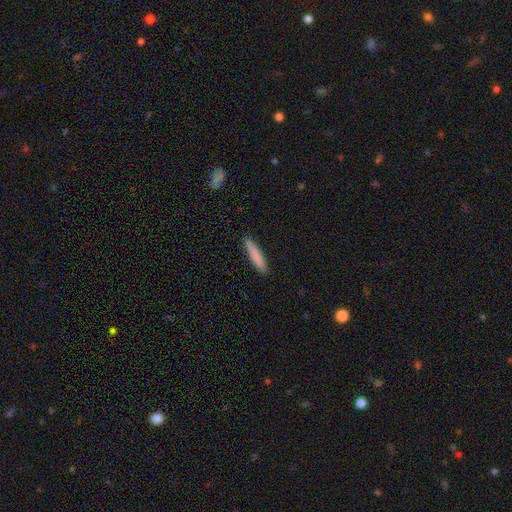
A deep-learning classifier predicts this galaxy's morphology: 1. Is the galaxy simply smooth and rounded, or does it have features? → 83% smooth, 11% featured or disk, 6% star or artifact.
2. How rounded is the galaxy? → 91% cigar-shaped, 8% in between, 1% round.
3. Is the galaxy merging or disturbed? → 89% none, 8% minor disturbance, 2% major disturbance, 1% merger.